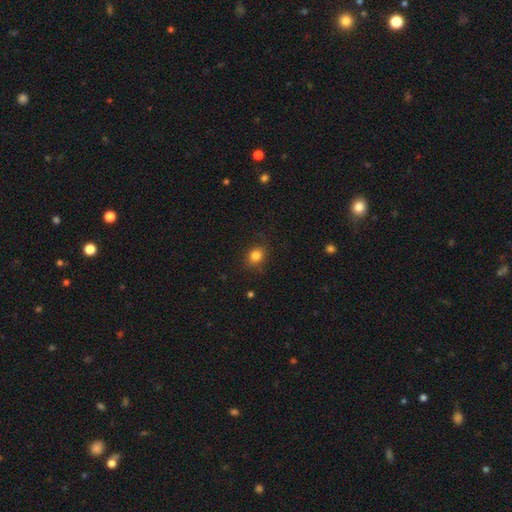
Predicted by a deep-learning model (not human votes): Smooth or featured? smooth (83%)
How rounded? round (62%)
Merging? none (81%)